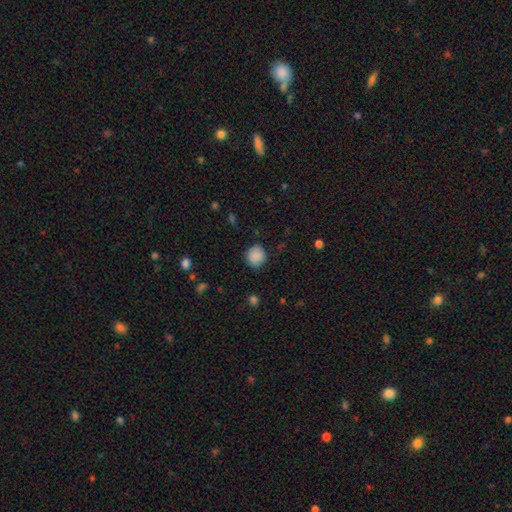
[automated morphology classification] This is clearly a smooth galaxy (87%). How rounded: clearly round (84%). Merging: clearly none (83%).